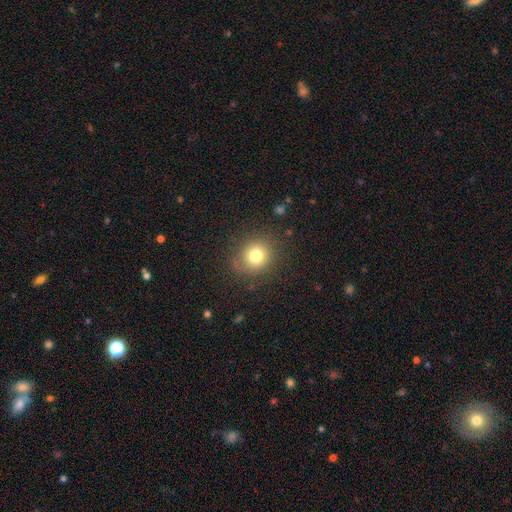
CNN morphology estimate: type=smooth (76%); roundness=round (84%); merging=none (83%).